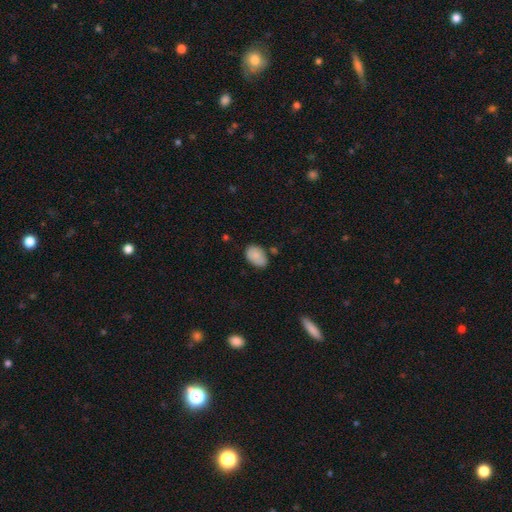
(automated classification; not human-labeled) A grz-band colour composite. It shows a smooth galaxy with no disk features (81%) that is in between round and cigar-shaped (86%). Merging: none (64%).